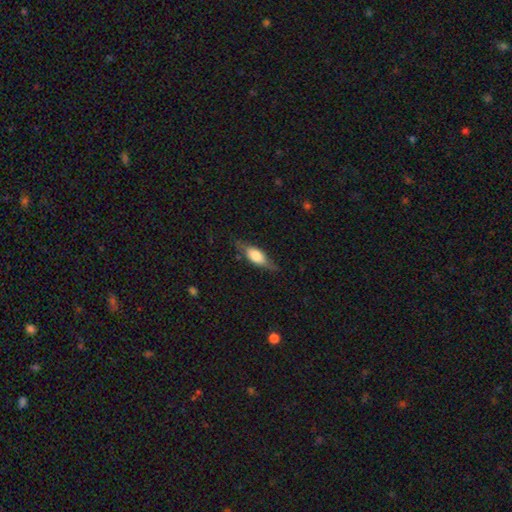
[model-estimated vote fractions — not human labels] This appears to be a smooth galaxy with no disk features (55%) that is in between round and cigar-shaped (68%). Merging: none (69%).